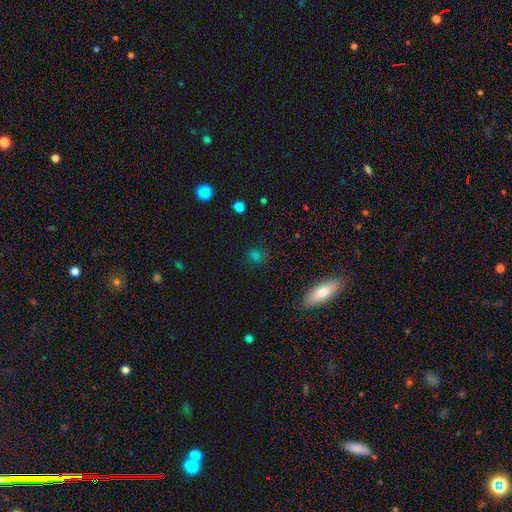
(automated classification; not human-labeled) A smooth galaxy with no disk features (65%) that is round (55%). Merging: none (77%).